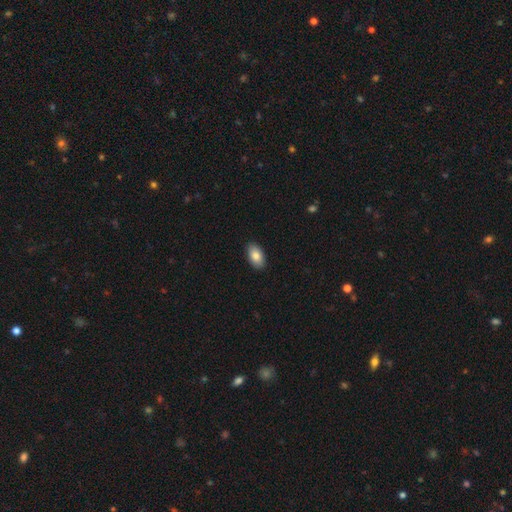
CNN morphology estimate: The model was most divided on "smooth or featured": smooth: 84%, featured or disk: 9%, star or artifact: 7%. More confident: how rounded — in between (94%); merging — none (90%).